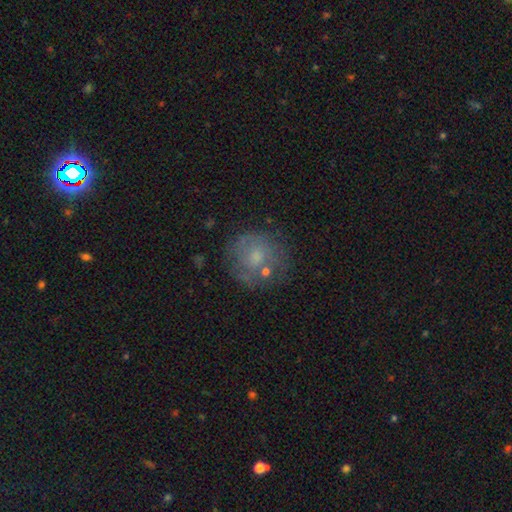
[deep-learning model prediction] smooth 51%, featured or disk 38%, star or artifact 11%. Down the decision tree: how rounded — round (86%); merging — none (64%).